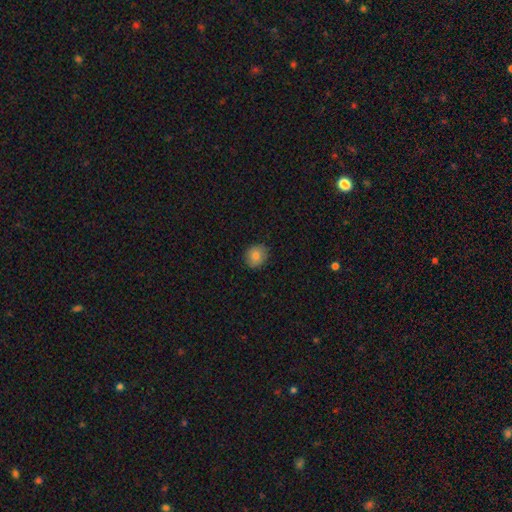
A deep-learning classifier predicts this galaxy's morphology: A smooth galaxy with no disk features (83%) that is round (69%). Merging: none (87%).